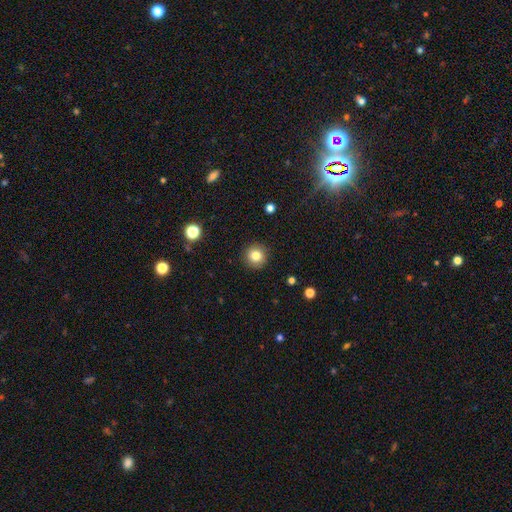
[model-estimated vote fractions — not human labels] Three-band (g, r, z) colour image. It shows a smooth galaxy with no disk features (82%) that is round (94%). Merging: none (92%).